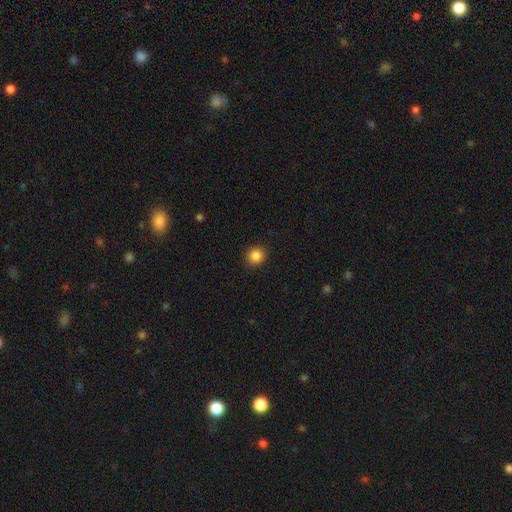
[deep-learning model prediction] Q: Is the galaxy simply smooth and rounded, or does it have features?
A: smooth — 86%.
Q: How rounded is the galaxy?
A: round — 88%.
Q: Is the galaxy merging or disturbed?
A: none — 90%.